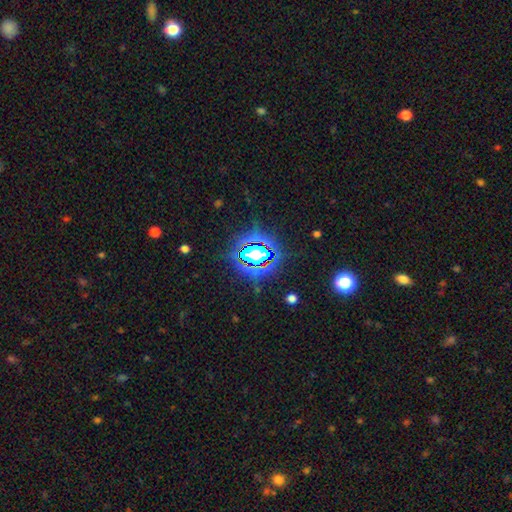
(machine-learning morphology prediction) smooth_or_featured: star or artifact (p=0.73) [alt: smooth p=0.16]